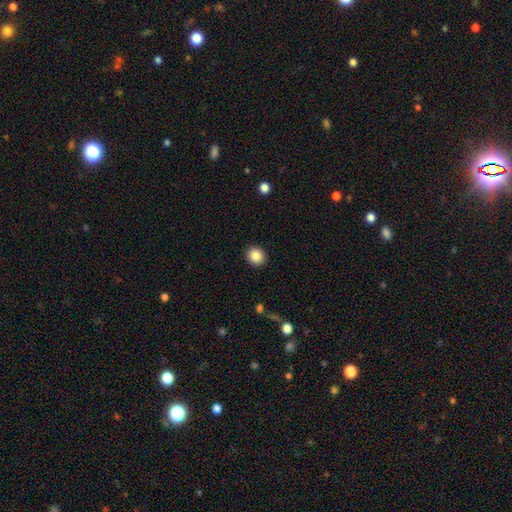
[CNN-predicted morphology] smooth-or-featured: smooth: 87% | star or artifact: 9% | featured or disk: 4%
  how-rounded: round: 84% | in between: 15% | cigar-shaped: 1%
  merging: none: 92% | minor disturbance: 5% | major disturbance: 2% | merger: 1%